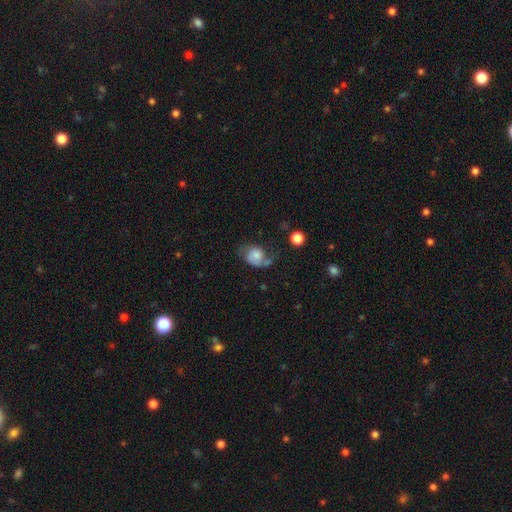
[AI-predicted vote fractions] Smooth or featured? Predicted: smooth (p=0.48). Merging? Predicted: none (p=0.37).